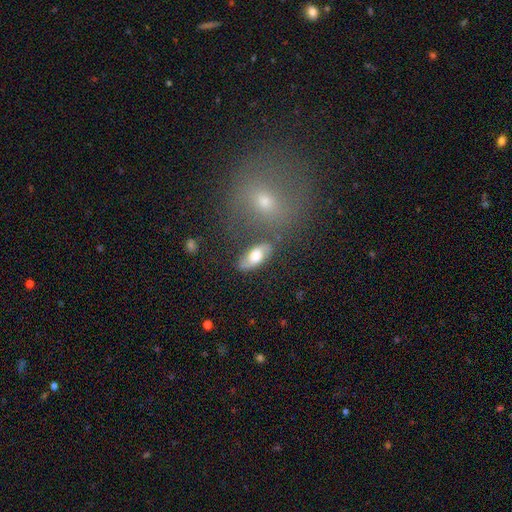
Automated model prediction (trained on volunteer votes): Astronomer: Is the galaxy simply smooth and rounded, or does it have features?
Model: smooth — 50% (runner-up: featured or disk, 43%).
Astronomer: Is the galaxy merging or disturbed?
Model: none — 71%.